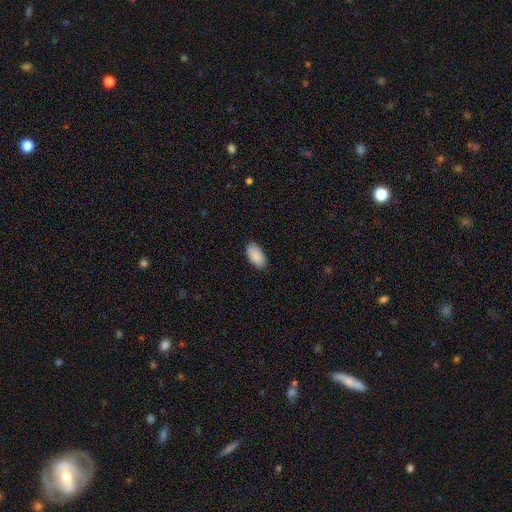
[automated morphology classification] smooth-or-featured: smooth: 90% | star or artifact: 6% | featured or disk: 3%
  how-rounded: in between: 95% | cigar-shaped: 3% | round: 2%
  merging: none: 86% | minor disturbance: 11% | major disturbance: 2% | merger: 1%